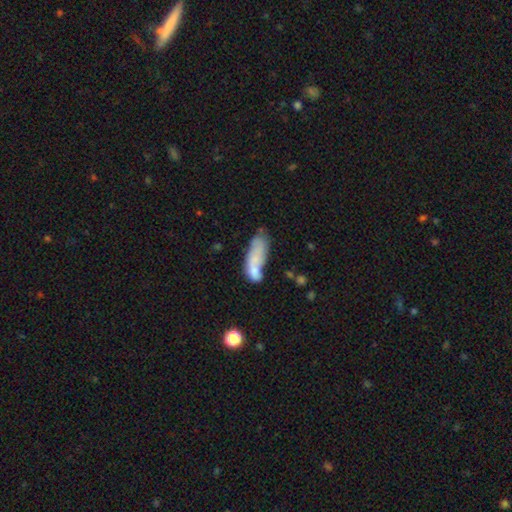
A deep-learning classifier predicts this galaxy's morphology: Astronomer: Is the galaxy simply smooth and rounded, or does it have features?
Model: smooth — 70%.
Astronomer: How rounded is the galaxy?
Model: in between — 68%.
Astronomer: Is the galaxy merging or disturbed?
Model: merger — 35% (runner-up: none, 28%).